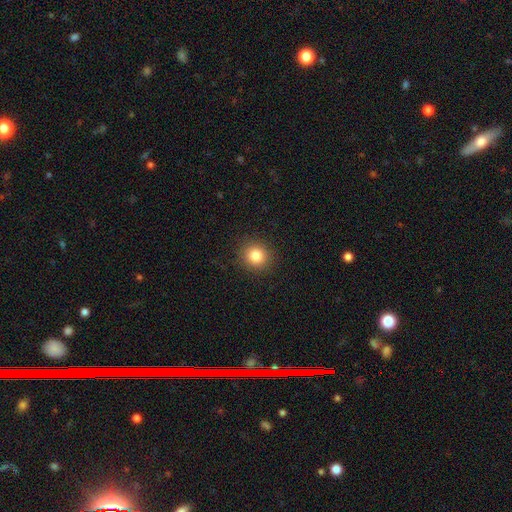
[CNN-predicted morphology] A smooth galaxy with no disk features (82%) that is round (90%). Merging: none (91%).